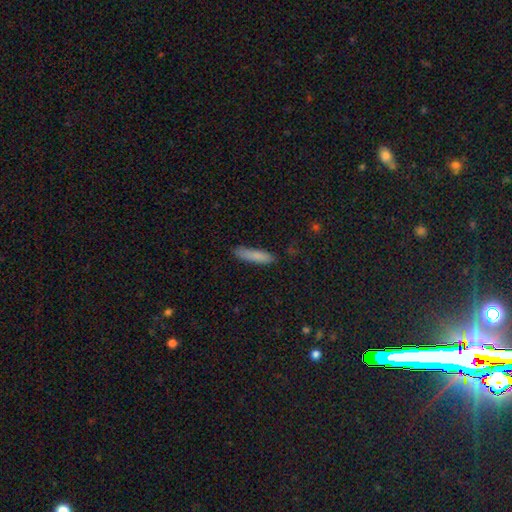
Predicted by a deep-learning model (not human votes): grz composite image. It shows a smooth galaxy with no disk features (84%) that is cigar-shaped (81%). Merging: none (80%).